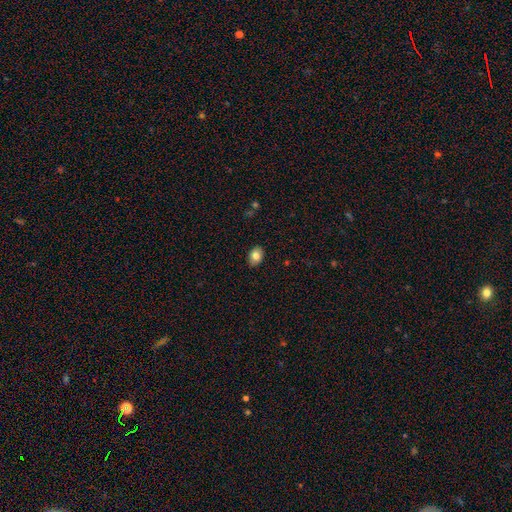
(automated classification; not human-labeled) A smooth galaxy with no disk features (82%) that is in between round and cigar-shaped (75%).

Vote fractions:
- Smooth or featured? smooth: 82% / featured or disk: 10% / star or artifact: 8%
- How rounded? in between: 75% / round: 24% / cigar-shaped: 1%
- Merging? none: 88% / minor disturbance: 10% / major disturbance: 2% / merger: 1%